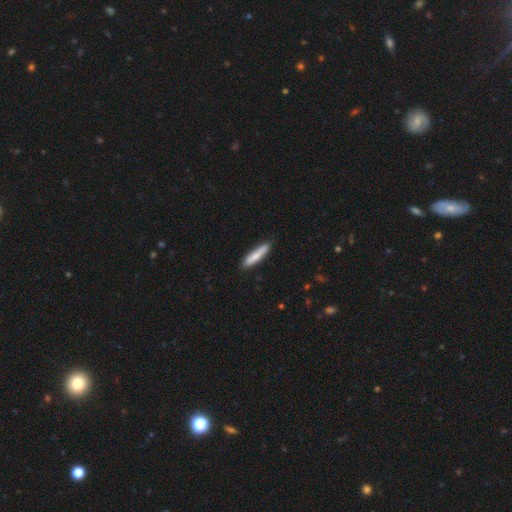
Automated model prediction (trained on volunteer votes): A smooth galaxy with no disk features (77%) that is cigar-shaped (85%). Merging: none (87%).